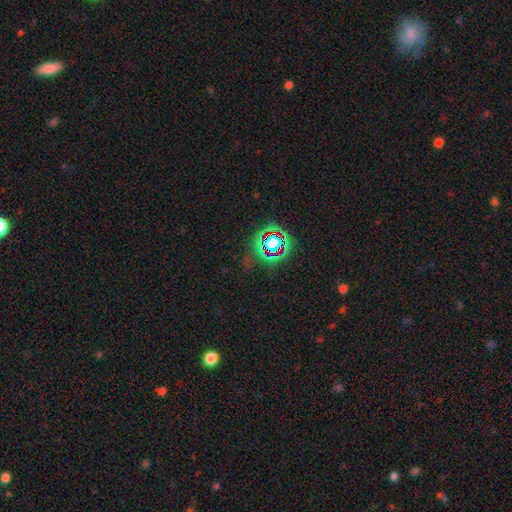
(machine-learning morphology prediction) smooth-or-featured: star or artifact: 74% | smooth: 15% | featured or disk: 11%